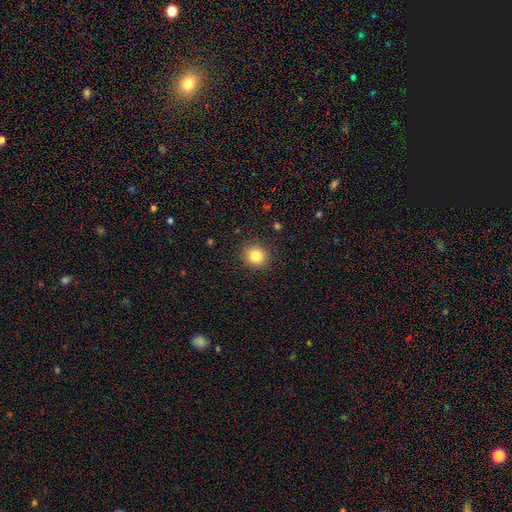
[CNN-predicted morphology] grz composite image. It shows a smooth galaxy with no disk features (84%) that is round (88%). Merging: none (90%).